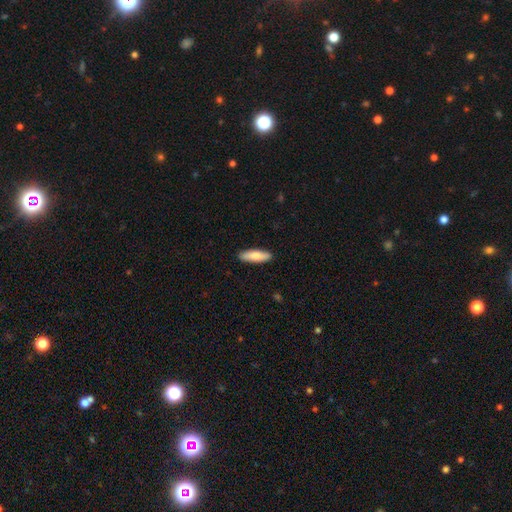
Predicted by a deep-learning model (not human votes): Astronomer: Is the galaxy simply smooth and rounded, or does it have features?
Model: smooth — 81%.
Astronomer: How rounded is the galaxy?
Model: cigar-shaped — 56% (runner-up: in between, 42%).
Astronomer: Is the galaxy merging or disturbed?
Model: none — 90%.